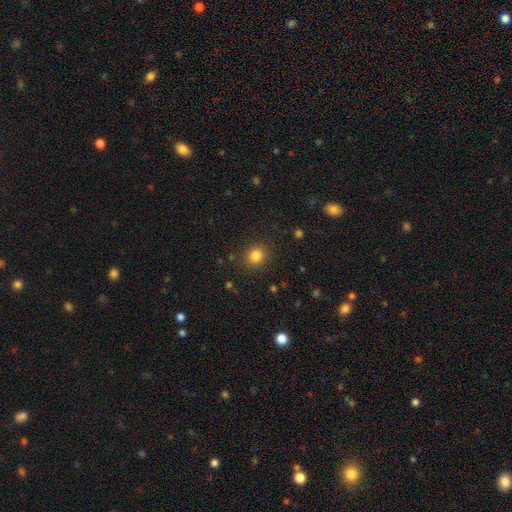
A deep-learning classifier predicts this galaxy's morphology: Smooth or featured?
  - smooth: 83% *
  - star or artifact: 12%
  - featured or disk: 5%
How rounded?
  - round: 79% *
  - in between: 20%
  - cigar-shaped: 1%
Merging?
  - none: 88% *
  - minor disturbance: 8%
  - major disturbance: 3%
  - merger: 1%